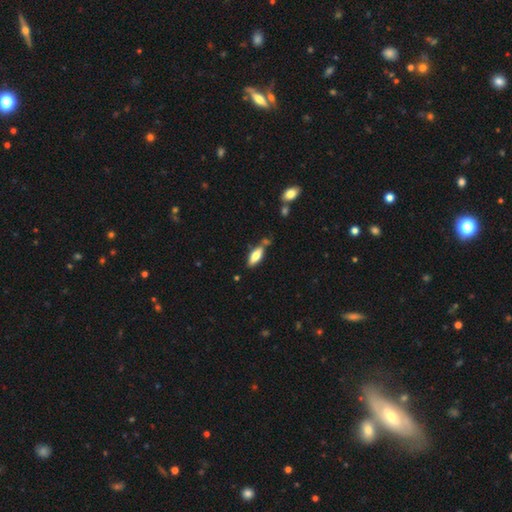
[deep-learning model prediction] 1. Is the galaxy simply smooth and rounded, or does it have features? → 73% smooth, 21% featured or disk, 6% star or artifact.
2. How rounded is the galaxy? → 72% in between, 26% cigar-shaped, 2% round.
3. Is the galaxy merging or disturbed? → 69% none, 17% minor disturbance, 9% merger, 4% major disturbance.